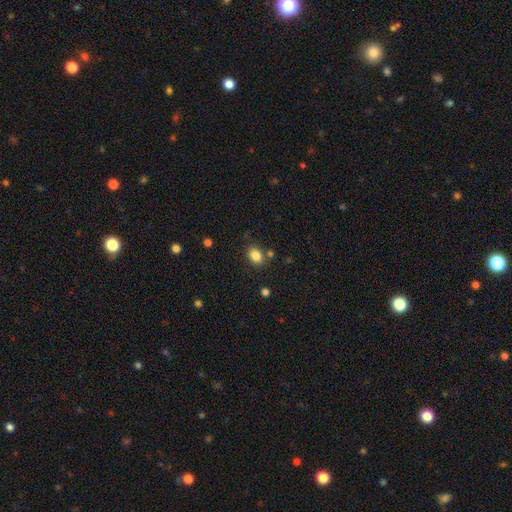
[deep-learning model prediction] smooth-or-featured: smooth: 84% | star or artifact: 11% | featured or disk: 5%
  how-rounded: in between: 61% | round: 38% | cigar-shaped: 1%
  merging: none: 77% | minor disturbance: 12% | merger: 7% | major disturbance: 4%